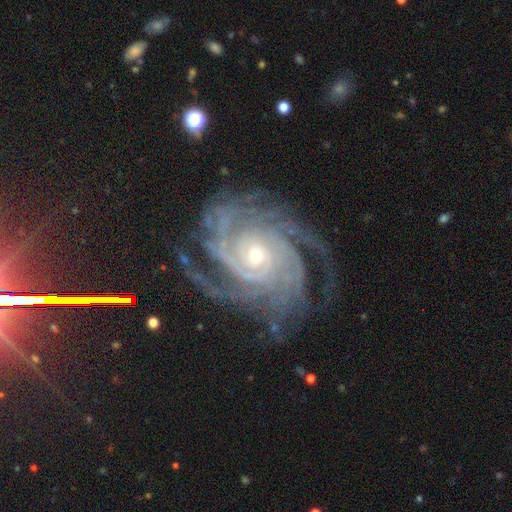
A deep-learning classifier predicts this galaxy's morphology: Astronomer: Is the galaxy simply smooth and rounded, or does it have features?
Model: featured or disk — 92%.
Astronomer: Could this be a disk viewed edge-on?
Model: no — 98%.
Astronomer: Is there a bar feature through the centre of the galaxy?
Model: no — 71%.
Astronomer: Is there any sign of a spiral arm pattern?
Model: yes — 99%.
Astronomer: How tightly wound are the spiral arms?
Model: tight — 75%.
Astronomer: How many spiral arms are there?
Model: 4 — 28% (runner-up: more than 4, 24%).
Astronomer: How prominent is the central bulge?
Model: small — 68%.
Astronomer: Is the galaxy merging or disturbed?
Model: none — 75%.